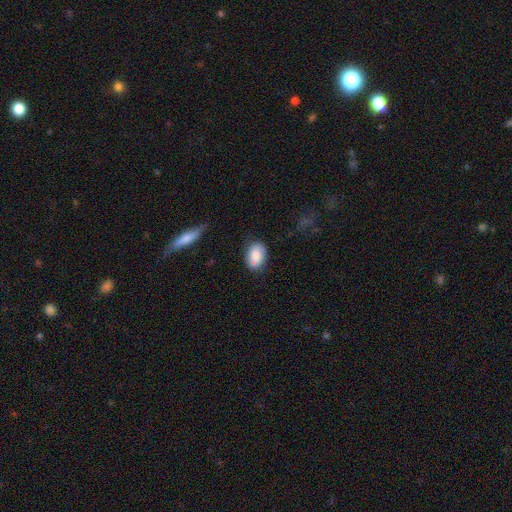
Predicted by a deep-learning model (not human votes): This is likely a smooth galaxy (77%). How rounded: clearly in between (86%). Merging: likely none (76%).